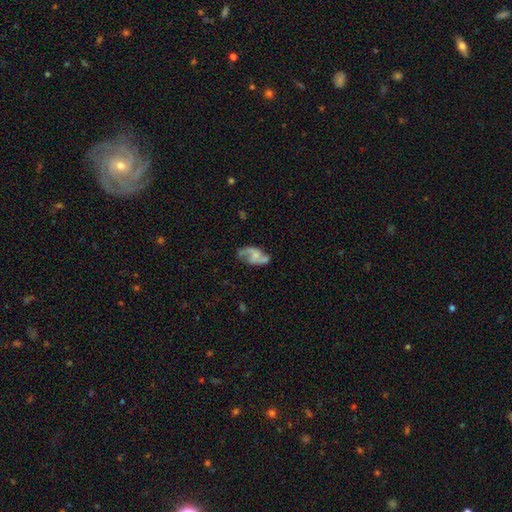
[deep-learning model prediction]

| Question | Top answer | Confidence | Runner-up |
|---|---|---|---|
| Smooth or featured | featured or disk | 74% | smooth (18%) |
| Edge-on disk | no | 97% | yes (3%) |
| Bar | no | 53% | weak (37%) |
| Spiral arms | yes | 89% | no (11%) |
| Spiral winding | loose | 60% | medium (32%) |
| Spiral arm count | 2 | 86% | 1 (7%) |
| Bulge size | small | 38% | none (37%) |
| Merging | none | 52% | minor disturbance (22%) |